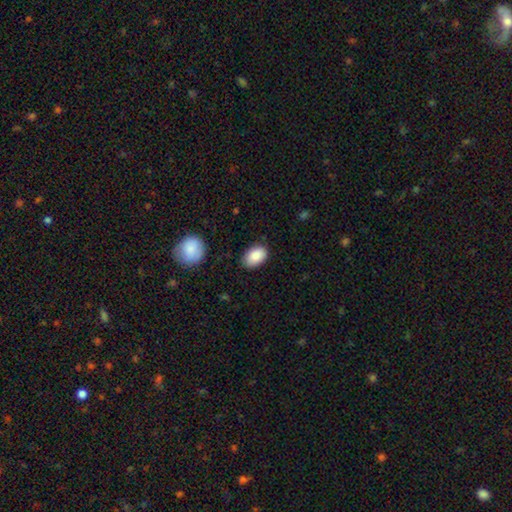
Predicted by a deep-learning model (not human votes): smooth_or_featured: smooth (p=0.88) [alt: star or artifact p=0.07]
how_rounded: in between (p=0.90) [alt: round p=0.09]
merging: none (p=0.84) [alt: minor disturbance p=0.12]